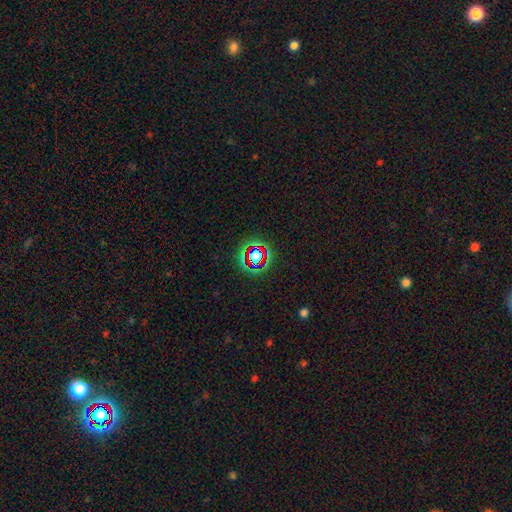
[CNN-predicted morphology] Q: Smooth or featured?
A: star or artifact (64%); runner-up: smooth (23%)